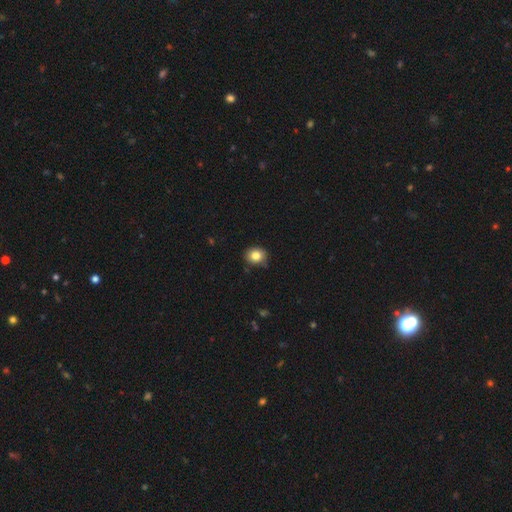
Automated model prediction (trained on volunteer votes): Morphology: type=smooth (82%); roundness=round (67%); merging=none (82%).